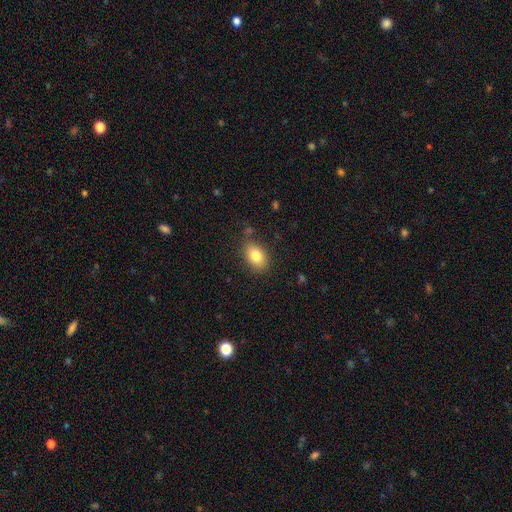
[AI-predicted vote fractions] A smooth galaxy with no disk features (82%) that is in between round and cigar-shaped (85%). Merging: none (81%).